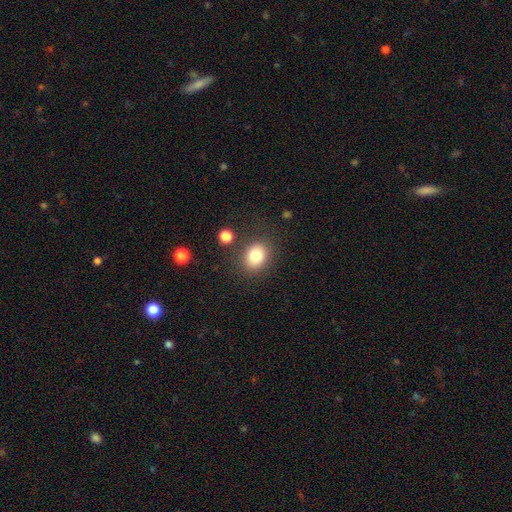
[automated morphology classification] Overall: smooth (81%). How rounded: round (53%; in between 46%). Merging: none (81%).